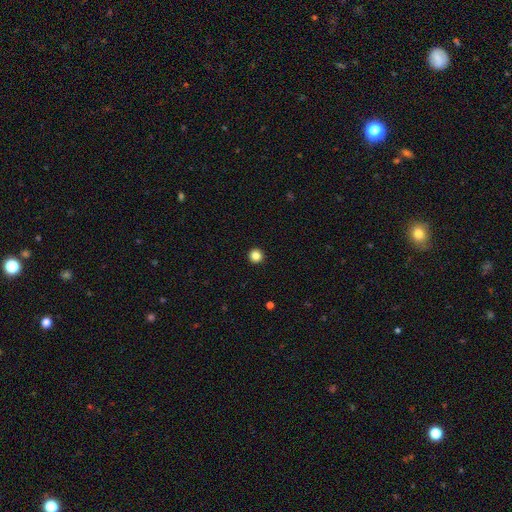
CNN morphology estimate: smooth 85%, star or artifact 11%, featured or disk 4%. Down the decision tree: how rounded — round (96%); merging — none (94%).